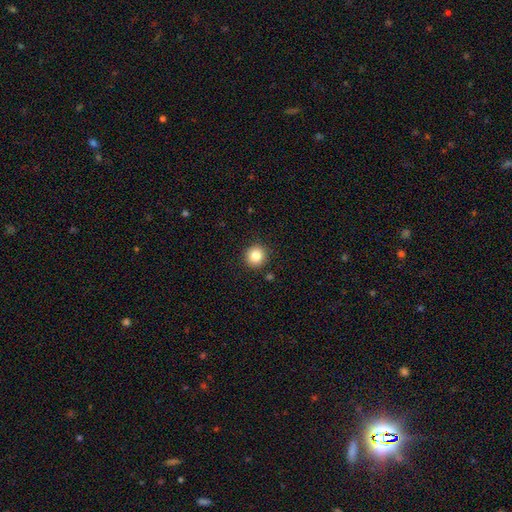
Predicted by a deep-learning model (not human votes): Overall: smooth (84%). How rounded: round (94%). Merging: none (90%).